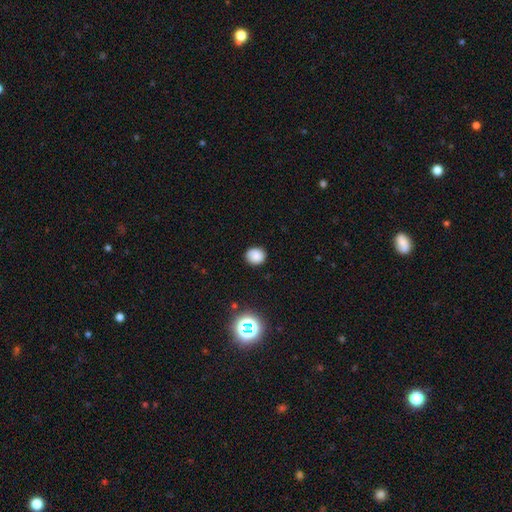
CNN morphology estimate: Smooth or featured: smooth — 82% (star or artifact — 13%)
How rounded: round — 79% (in between — 20%)
Merging: none — 86% (minor disturbance — 11%)